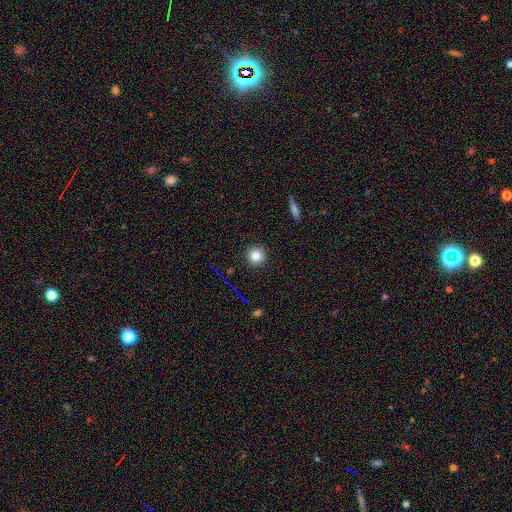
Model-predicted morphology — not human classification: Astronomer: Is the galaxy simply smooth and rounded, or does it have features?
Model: smooth — 80%.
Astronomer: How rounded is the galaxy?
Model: round — 95%.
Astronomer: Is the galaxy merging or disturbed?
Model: none — 92%.